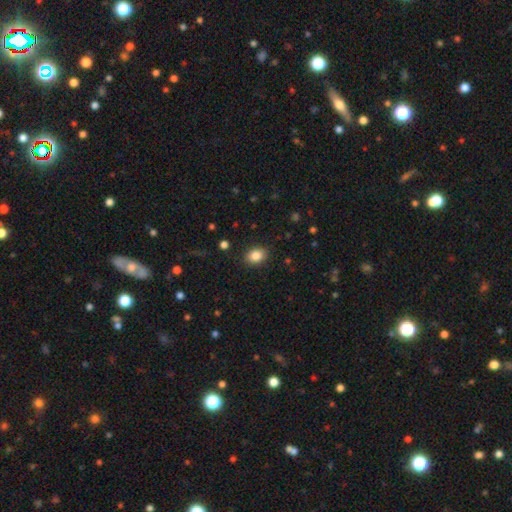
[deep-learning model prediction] A smooth galaxy with no disk features (85%) that is in between round and cigar-shaped (62%).

Vote fractions:
- Smooth or featured? smooth: 85% / star or artifact: 9% / featured or disk: 5%
- How rounded? in between: 62% / round: 37% / cigar-shaped: 1%
- Merging? none: 88% / minor disturbance: 8% / major disturbance: 2% / merger: 1%